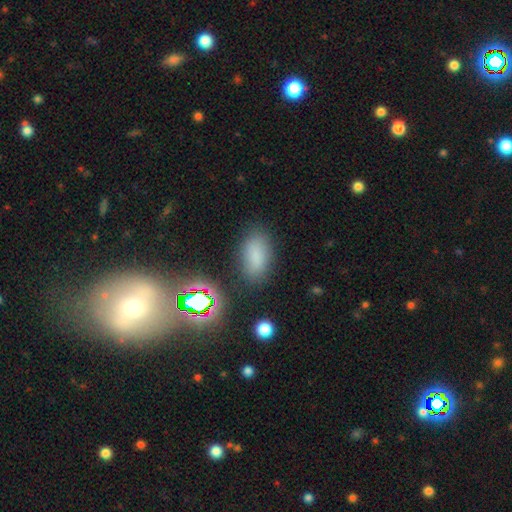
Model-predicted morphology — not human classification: smooth-or-featured: smooth: 77% | star or artifact: 15% | featured or disk: 8%
  how-rounded: in between: 91% | round: 6% | cigar-shaped: 3%
  merging: none: 79% | minor disturbance: 13% | major disturbance: 5% | merger: 3%